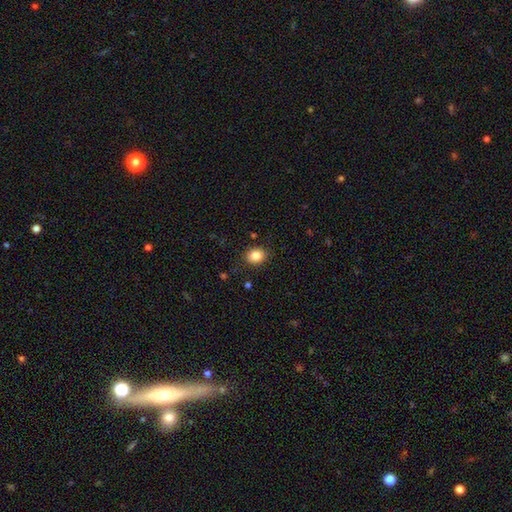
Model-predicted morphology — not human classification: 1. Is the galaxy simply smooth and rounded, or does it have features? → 85% smooth, 10% star or artifact, 5% featured or disk.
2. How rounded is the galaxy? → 66% round, 33% in between, 1% cigar-shaped.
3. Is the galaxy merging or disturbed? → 86% none, 10% minor disturbance, 3% major disturbance, 1% merger.